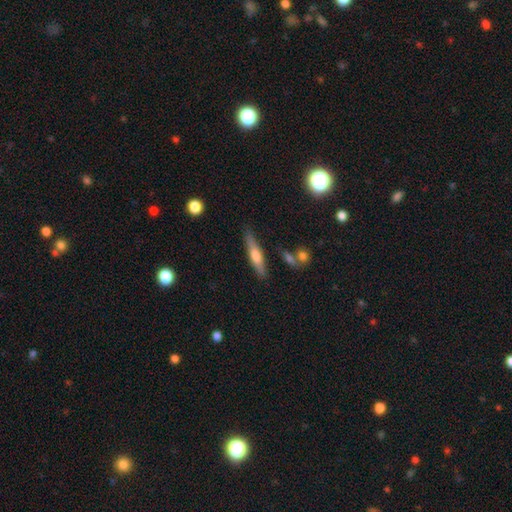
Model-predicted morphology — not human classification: smooth-or-featured: smooth: 52% | featured or disk: 42% | star or artifact: 6%
  how-rounded: cigar-shaped: 80% | in between: 18% | round: 2%
  merging: none: 81% | minor disturbance: 12% | merger: 4% | major disturbance: 3%